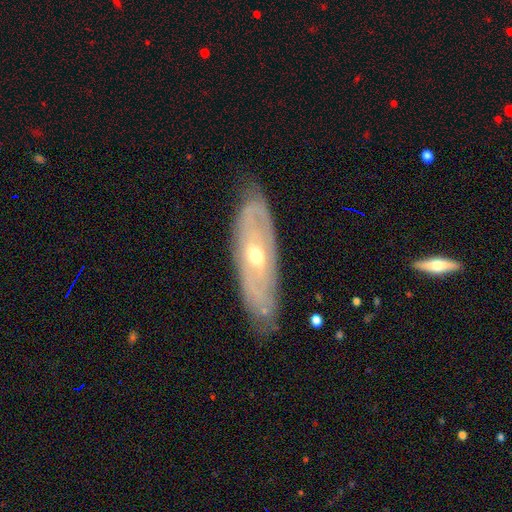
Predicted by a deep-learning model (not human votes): smooth-or-featured: featured or disk: 74% | smooth: 20% | star or artifact: 6%
  disk-edge-on: no: 74% | yes: 26%
    bar: no: 65% | weak: 26% | strong: 9%
    has-spiral-arms: yes: 65% | no: 35%
    bulge-size: moderate: 61% | small: 34% | large: 3% | none: 1% | dominant: 1%
  merging: none: 78% | minor disturbance: 17% | major disturbance: 4% | merger: 1%